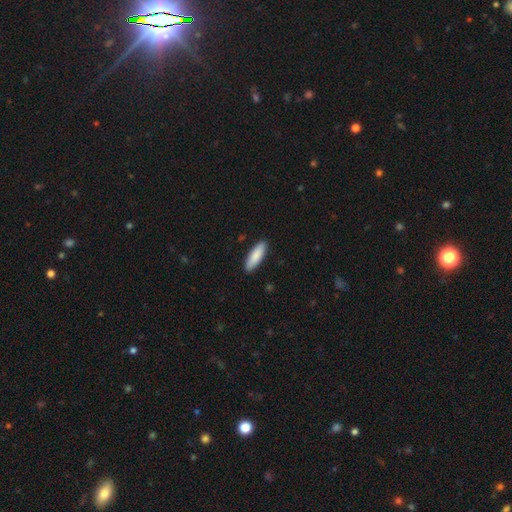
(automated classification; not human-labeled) A smooth galaxy with no disk features (88%) that is cigar-shaped (51%). Merging: none (90%).